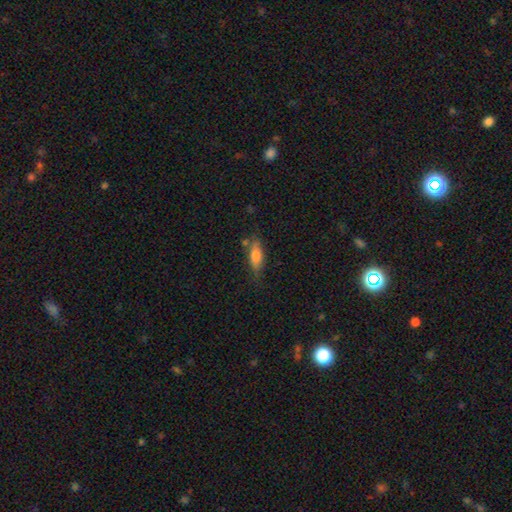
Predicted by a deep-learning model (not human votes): Smooth or featured?
  - smooth: 71% *
  - featured or disk: 21%
  - star or artifact: 8%
How rounded?
  - in between: 64% *
  - cigar-shaped: 33%
  - round: 3%
Merging?
  - none: 63% *
  - minor disturbance: 23%
  - merger: 8%
  - major disturbance: 6%